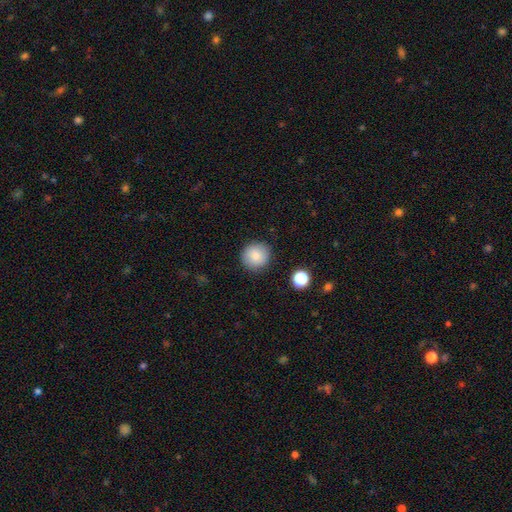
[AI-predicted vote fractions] Morphology: type=smooth (83%); roundness=round (94%); merging=none (89%).